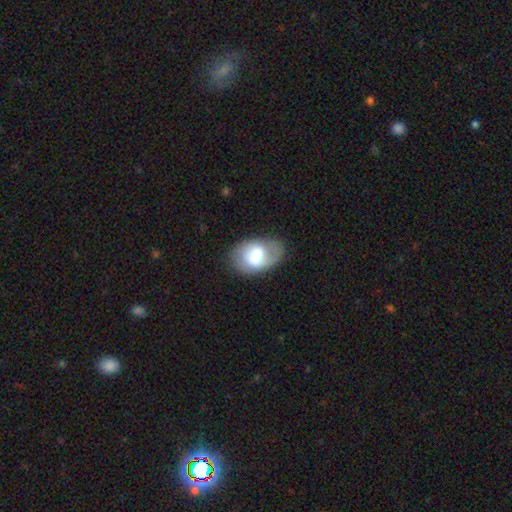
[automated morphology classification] Smooth or featured? Predicted: smooth (p=0.52). How rounded? Predicted: in between (p=0.86). Merging? Predicted: none (p=0.73).